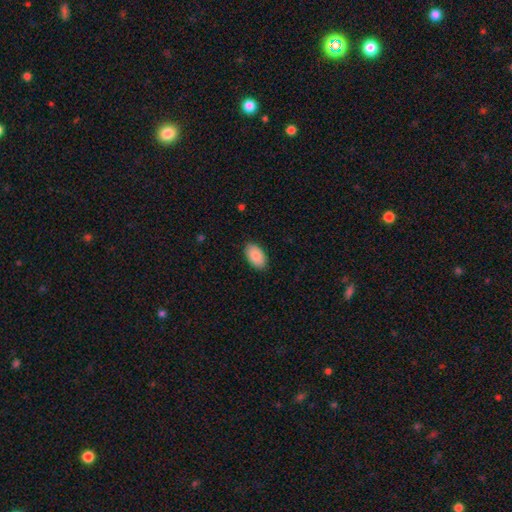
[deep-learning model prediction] smooth-or-featured: smooth: 87% | featured or disk: 7% | star or artifact: 6%
  how-rounded: in between: 94% | round: 4% | cigar-shaped: 1%
  merging: none: 88% | minor disturbance: 10% | major disturbance: 2% | merger: 1%